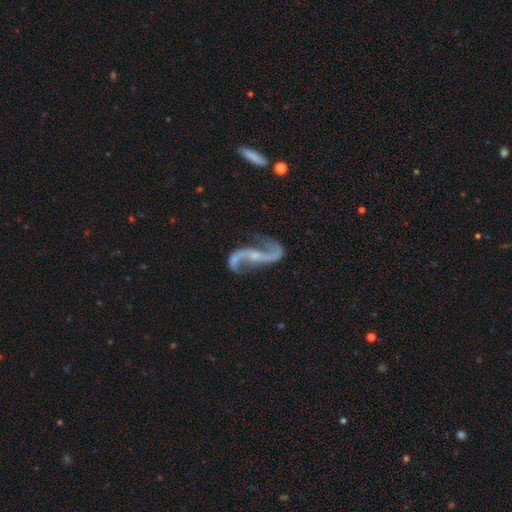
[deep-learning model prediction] smooth_or_featured: featured or disk (p=0.92) [alt: star or artifact p=0.05]
disk_edge_on: no (p=0.96) [alt: yes p=0.04]
bar: no (p=0.41) [alt: weak p=0.35]
has_spiral_arms: yes (p=0.97) [alt: no p=0.03]
spiral_winding: loose (p=0.83) [alt: medium p=0.13]
spiral_arm_count: 2 (p=0.94) [alt: 1 p=0.01]
bulge_size: small (p=0.69) [alt: moderate p=0.16]
merging: none (p=0.72) [alt: minor disturbance p=0.15]